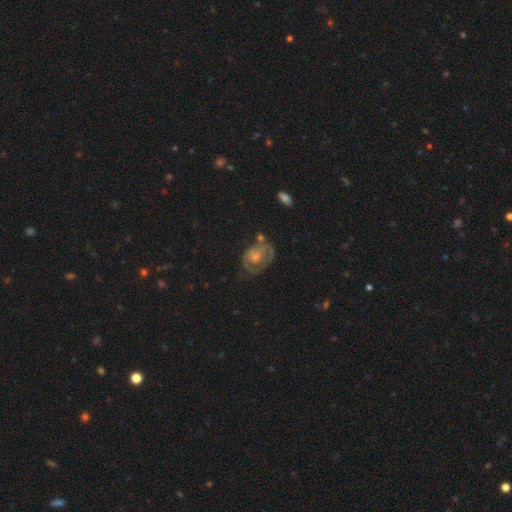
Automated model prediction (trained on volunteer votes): A featured or disk galaxy (66%) with no bar (73%), spiral arms (62%) and a moderate central bulge (48%). Merging: none (48%).